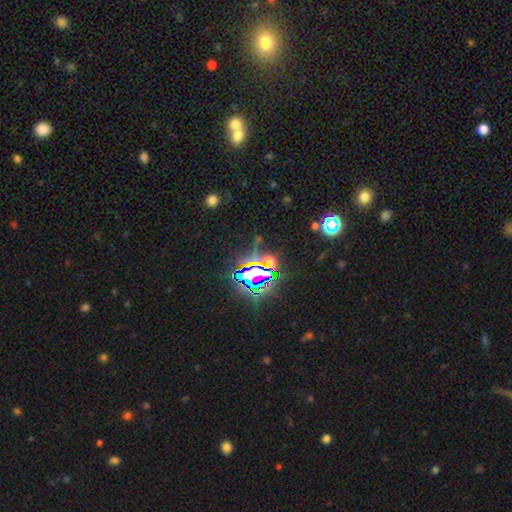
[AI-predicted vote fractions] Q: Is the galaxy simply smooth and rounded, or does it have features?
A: star or artifact — 77%.